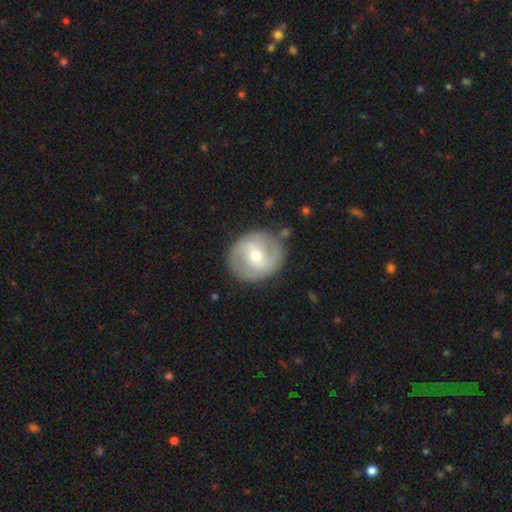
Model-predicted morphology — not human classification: Smooth or featured: featured or disk — 67% (smooth — 27%)
Edge-on disk: no — 97% (yes — 3%)
Bar: no — 44% (weak — 40%)
Spiral arms: yes — 78% (no — 22%)
Spiral winding: medium — 43% (tight — 36%)
Spiral arm count: 2 — 80% (can't tell — 11%)
Bulge size: moderate — 56% (small — 40%)
Merging: none — 82% (minor disturbance — 12%)